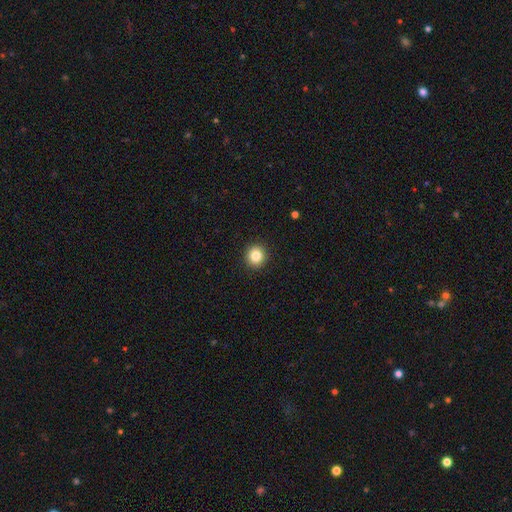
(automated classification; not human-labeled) smooth-or-featured: smooth: 84% | star or artifact: 10% | featured or disk: 6%
  how-rounded: round: 92% | in between: 7% | cigar-shaped: 1%
  merging: none: 93% | minor disturbance: 5% | major disturbance: 2% | merger: 1%